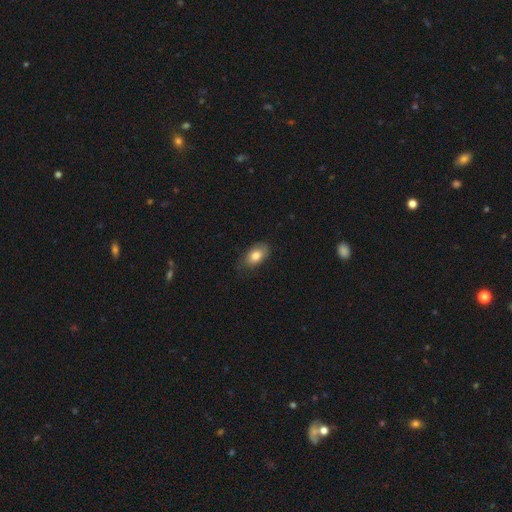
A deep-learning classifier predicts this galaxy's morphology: Smooth or featured?
  - smooth: 80% *
  - featured or disk: 12%
  - star or artifact: 8%
How rounded?
  - in between: 89% *
  - round: 9%
  - cigar-shaped: 2%
Merging?
  - none: 74% *
  - minor disturbance: 21%
  - major disturbance: 4%
  - merger: 1%